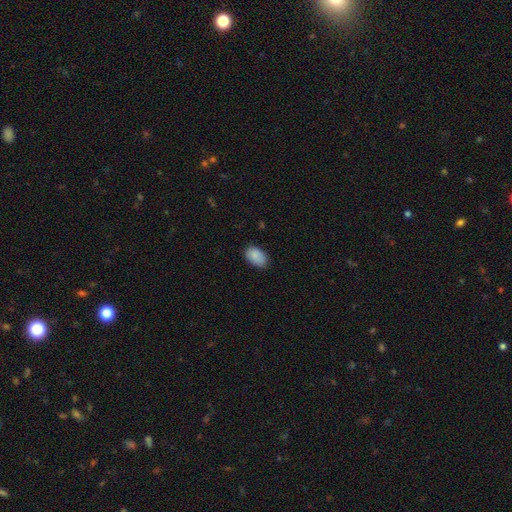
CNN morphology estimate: smooth_or_featured: smooth (p=0.88) [alt: star or artifact p=0.07]
how_rounded: in between (p=0.91) [alt: round p=0.08]
merging: none (p=0.77) [alt: minor disturbance p=0.19]